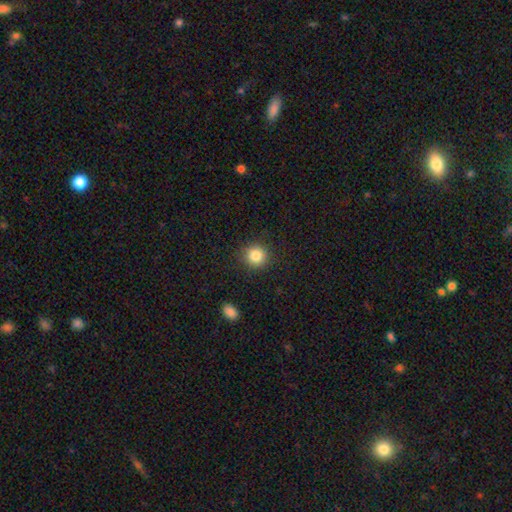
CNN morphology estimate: type=smooth (84%); roundness=round (91%); merging=none (88%).